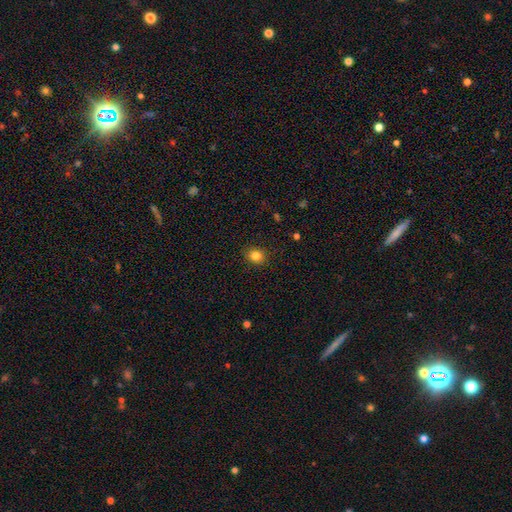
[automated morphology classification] smooth-or-featured: smooth: 83% | star or artifact: 12% | featured or disk: 5%
  how-rounded: round: 79% | in between: 20% | cigar-shaped: 1%
  merging: none: 90% | minor disturbance: 7% | major disturbance: 2% | merger: 1%